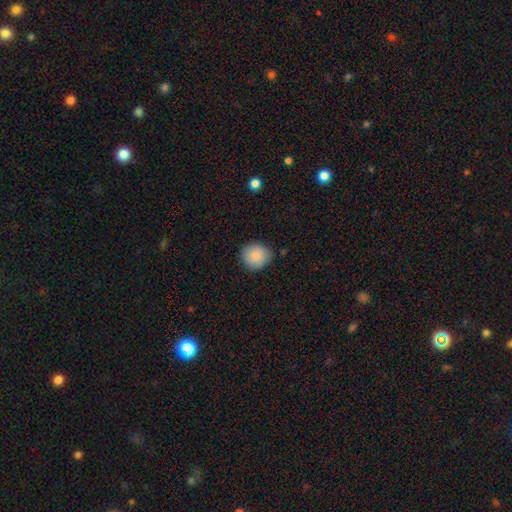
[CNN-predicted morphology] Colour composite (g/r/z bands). It shows a smooth galaxy with no disk features (87%) that is round (86%). Merging: none (80%).